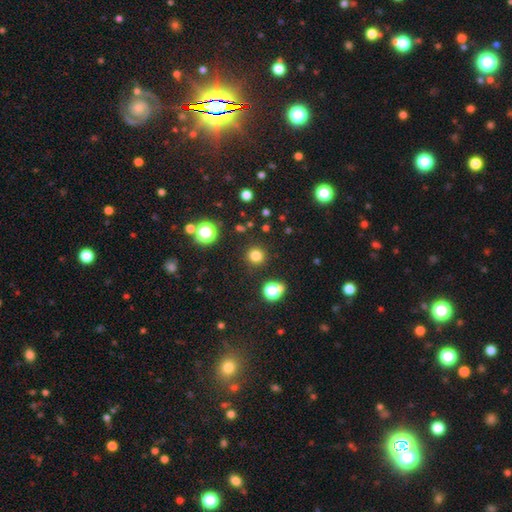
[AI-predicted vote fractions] The model was most divided on "smooth or featured": smooth: 78%, star or artifact: 18%, featured or disk: 5%. More confident: how rounded — round (94%); merging — none (89%).